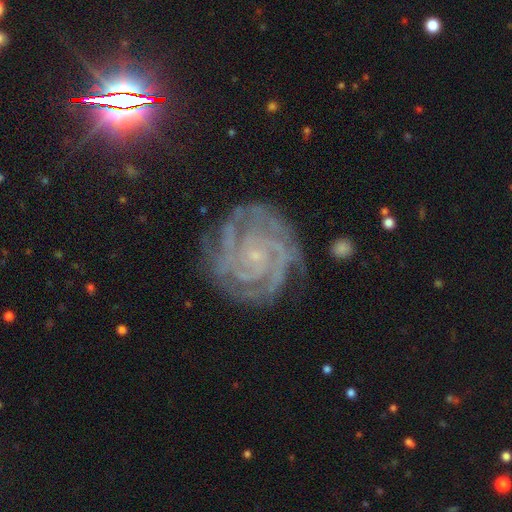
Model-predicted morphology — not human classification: Smooth or featured? featured or disk (88%)
Edge-on disk? no (98%)
Bar? no (75%)
Spiral arms? yes (98%)
Spiral winding? tight (81%)
Spiral arm count? 4 (24%)
Bulge size? small (86%)
Merging? none (76%)